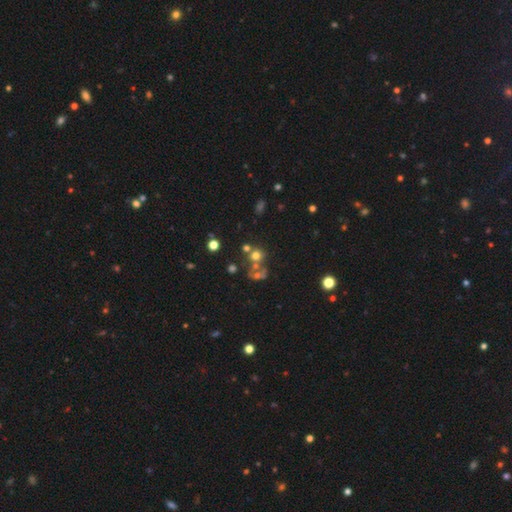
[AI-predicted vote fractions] Overall: smooth (57%; star or artifact 23%). How rounded: round (80%). Merging: none (43%; merger 38%).